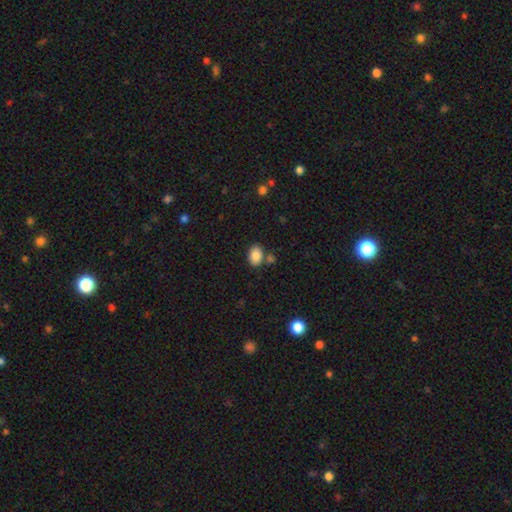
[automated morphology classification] This is clearly a smooth galaxy (85%). How rounded: clearly in between (82%). Merging: likely none (73%).